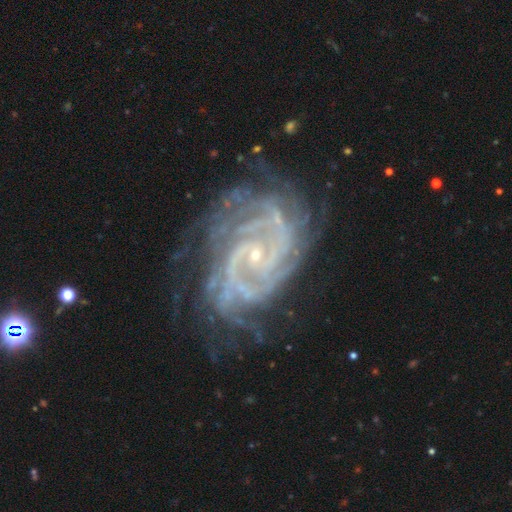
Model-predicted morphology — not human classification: smooth-or-featured: featured or disk: 92% | star or artifact: 5% | smooth: 3%
  disk-edge-on: no: 98% | yes: 2%
    bar: no: 55% | weak: 32% | strong: 13%
    has-spiral-arms: yes: 98% | no: 2%
      spiral-winding: tight: 64% | medium: 31% | loose: 5%
      spiral-arm-count: 2: 29% | can't tell: 17% | 3: 17% | 4: 16% | more than 4: 11% | 1: 9%
    bulge-size: small: 86% | moderate: 10% | none: 2% | large: 1% | dominant: 1%
  merging: none: 70% | minor disturbance: 19% | major disturbance: 9% | merger: 2%